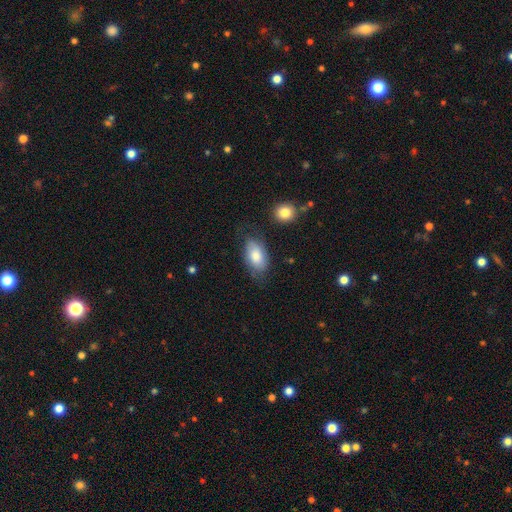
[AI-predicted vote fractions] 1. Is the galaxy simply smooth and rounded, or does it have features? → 76% smooth, 17% featured or disk, 7% star or artifact.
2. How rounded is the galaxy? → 93% in between, 5% round, 2% cigar-shaped.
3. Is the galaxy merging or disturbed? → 65% none, 24% minor disturbance, 8% major disturbance, 3% merger.